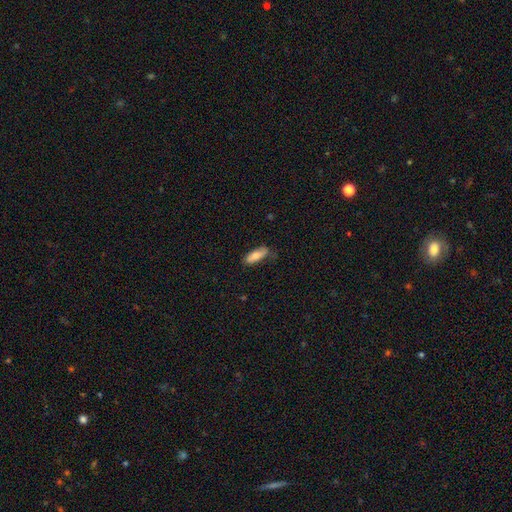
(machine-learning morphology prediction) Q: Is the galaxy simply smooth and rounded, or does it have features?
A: smooth — 73%.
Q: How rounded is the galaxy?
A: in between — 71%.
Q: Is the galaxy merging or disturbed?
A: none — 67%.